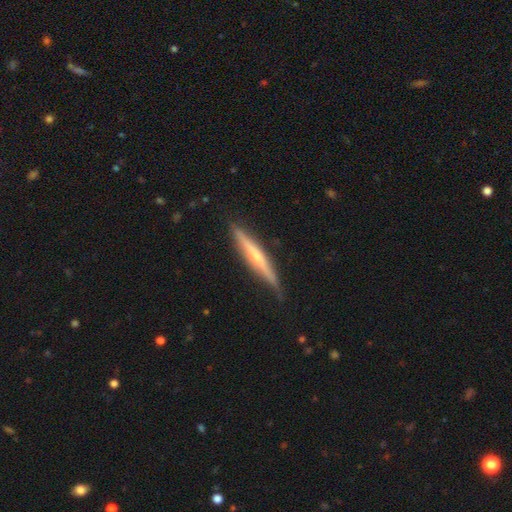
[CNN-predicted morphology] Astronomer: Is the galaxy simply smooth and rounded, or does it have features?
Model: featured or disk — 65%.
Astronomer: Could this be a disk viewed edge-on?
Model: yes — 96%.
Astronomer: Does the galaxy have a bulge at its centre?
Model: rounded — 58%.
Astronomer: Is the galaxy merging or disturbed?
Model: none — 83%.